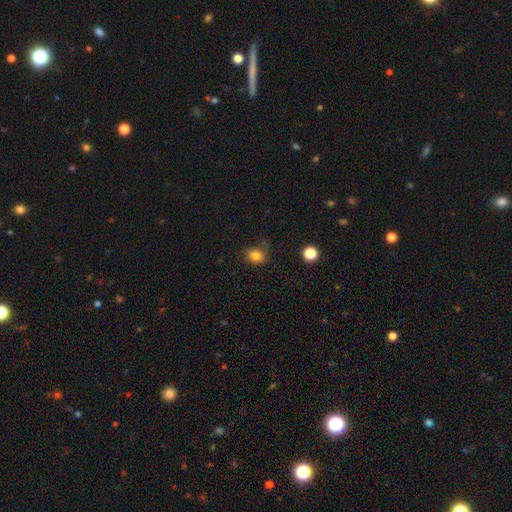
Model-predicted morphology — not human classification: Smooth or featured: smooth — 82% (star or artifact — 13%)
How rounded: round — 51% (in between — 48%)
Merging: none — 67% (minor disturbance — 22%)